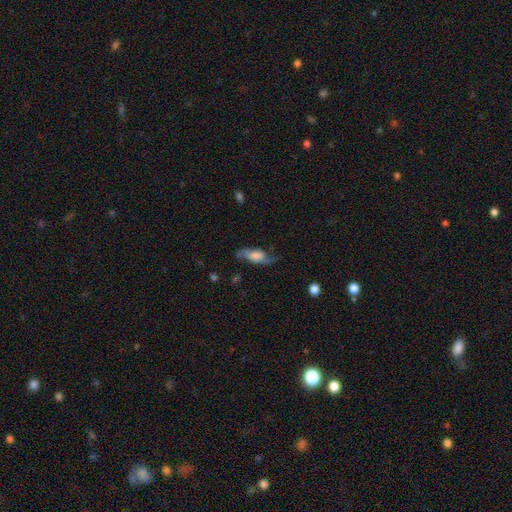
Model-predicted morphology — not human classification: Smooth or featured? Predicted: featured or disk (p=0.61). Edge-on disk? Predicted: no (p=0.84). Bar? Predicted: no (p=0.57). Spiral arms? Predicted: yes (p=0.88). Bulge size? Predicted: large (p=0.35). Merging? Predicted: none (p=0.66).